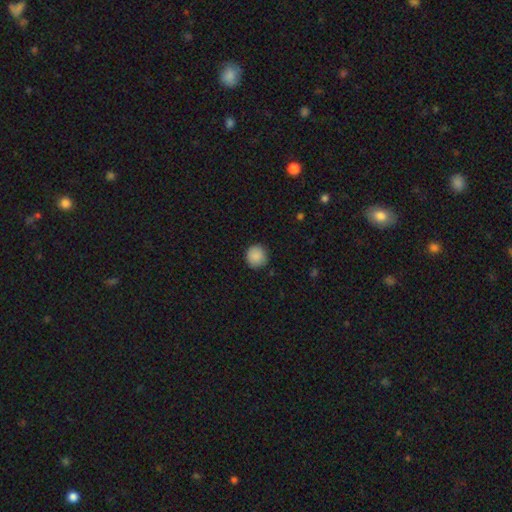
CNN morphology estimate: smooth-or-featured: smooth: 89% | star or artifact: 8% | featured or disk: 3%
  how-rounded: round: 93% | in between: 6% | cigar-shaped: 1%
  merging: none: 89% | minor disturbance: 8% | major disturbance: 2% | merger: 1%